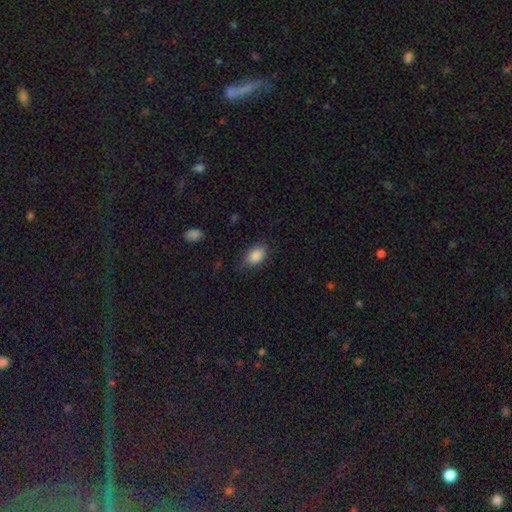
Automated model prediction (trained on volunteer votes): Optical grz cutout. It shows a smooth galaxy with no disk features (88%) that is in between round and cigar-shaped (87%). Merging: none (76%).